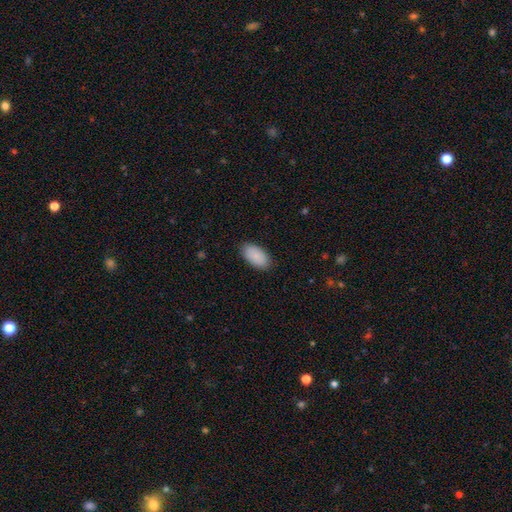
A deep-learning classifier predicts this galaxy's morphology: Q: Smooth or featured?
A: smooth (90%); runner-up: star or artifact (6%)
Q: How rounded?
A: in between (96%); runner-up: round (2%)
Q: Merging?
A: none (88%); runner-up: minor disturbance (9%)